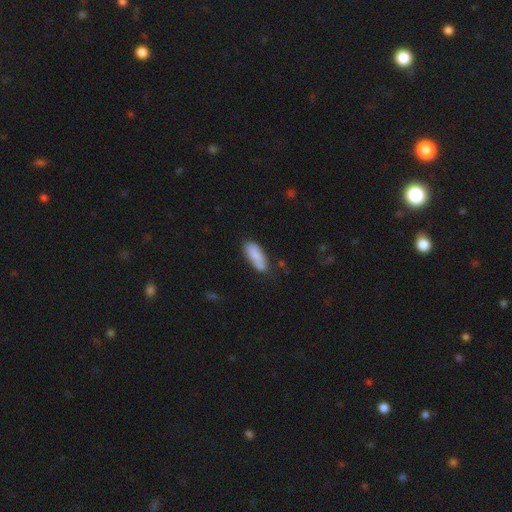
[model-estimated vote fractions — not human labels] This appears to be a smooth galaxy with no disk features (80%) that is in between round and cigar-shaped (75%). Merging: none (68%).